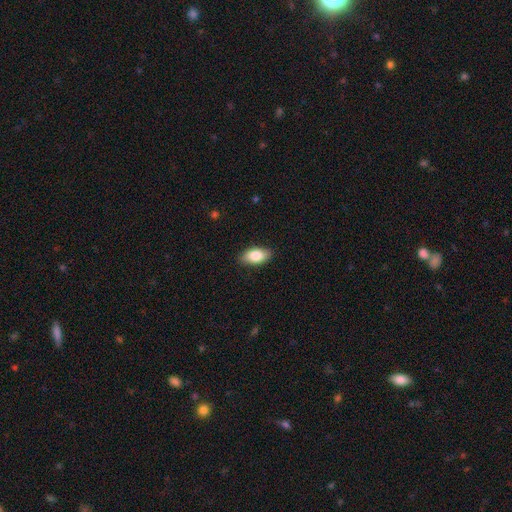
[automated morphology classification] A smooth galaxy with no disk features (84%) that is in between round and cigar-shaped (92%). Merging: none (87%).